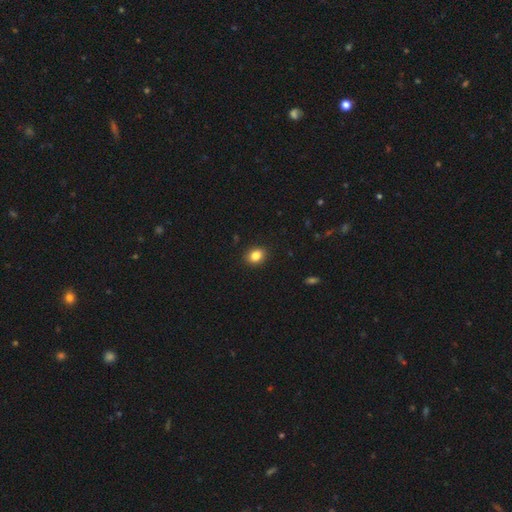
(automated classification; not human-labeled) smooth 85%, star or artifact 10%, featured or disk 5%. Down the decision tree: how rounded — in between (53%); merging — none (90%).